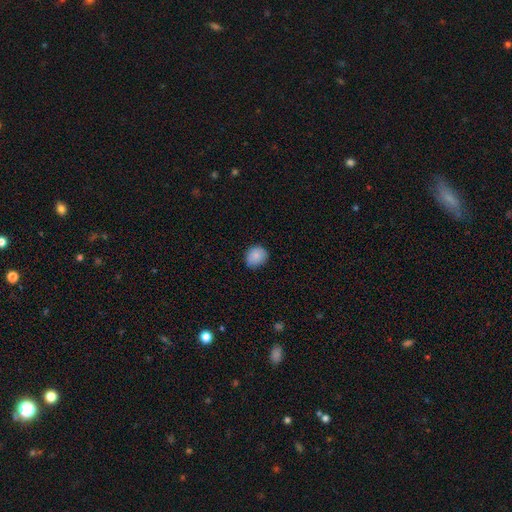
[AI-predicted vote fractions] Overall: smooth (86%). How rounded: round (80%). Merging: none (82%).